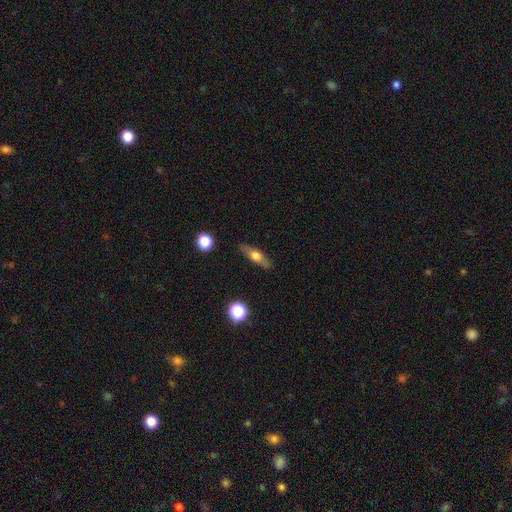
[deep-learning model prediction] smooth_or_featured: smooth (p=0.51) [alt: featured or disk p=0.42]
how_rounded: cigar-shaped (p=0.54) [alt: in between p=0.41]
merging: none (p=0.84) [alt: minor disturbance p=0.12]